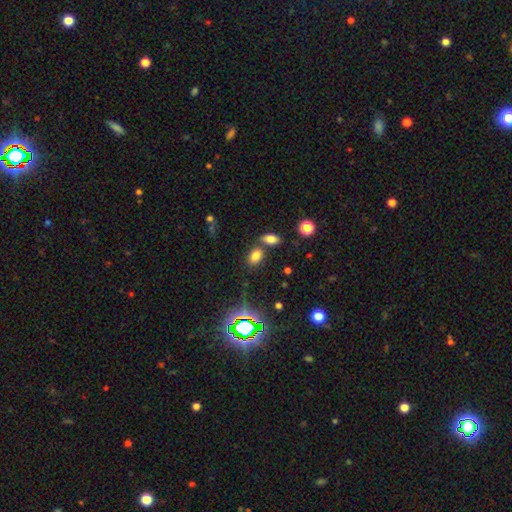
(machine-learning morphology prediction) The model was most divided on "merging": none: 66%, merger: 20%, minor disturbance: 11%, major disturbance: 4%. More confident: how rounded — in between (84%); smooth or featured — smooth (75%).